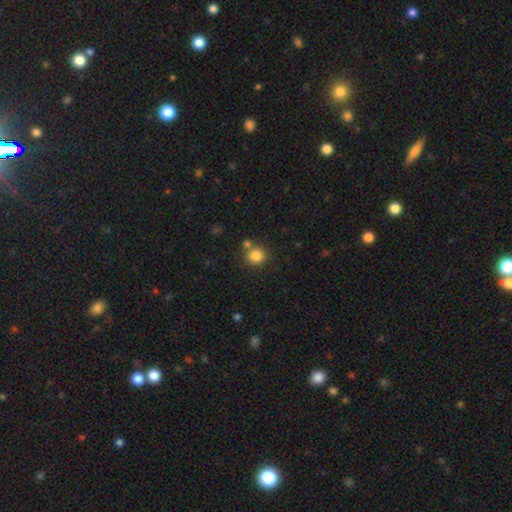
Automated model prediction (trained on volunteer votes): smooth-or-featured: smooth: 83% | star or artifact: 11% | featured or disk: 6%
  how-rounded: round: 89% | in between: 10% | cigar-shaped: 1%
  merging: none: 71% | merger: 17% | minor disturbance: 9% | major disturbance: 3%